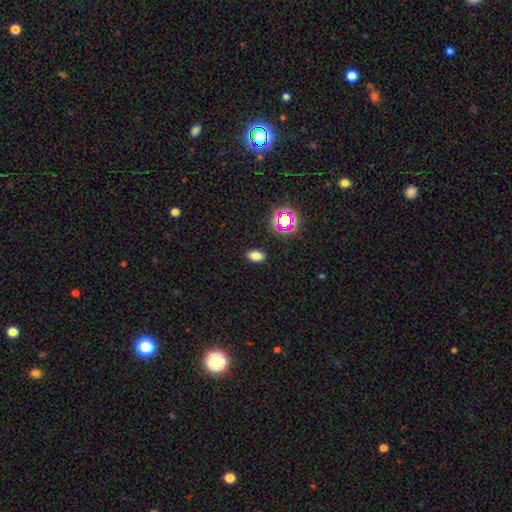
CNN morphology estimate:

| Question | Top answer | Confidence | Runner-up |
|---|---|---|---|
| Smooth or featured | smooth | 74% | star or artifact (19%) |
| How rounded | in between | 87% | round (9%) |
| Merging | none | 88% | minor disturbance (8%) |